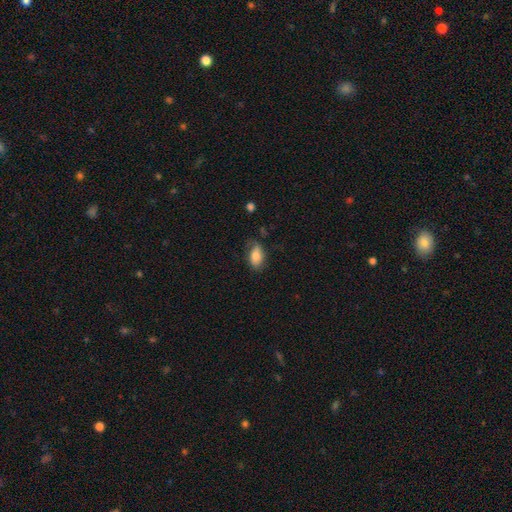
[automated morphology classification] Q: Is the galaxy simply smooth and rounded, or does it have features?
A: smooth — 76%.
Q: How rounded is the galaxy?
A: in between — 91%.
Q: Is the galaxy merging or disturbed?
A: none — 59%.